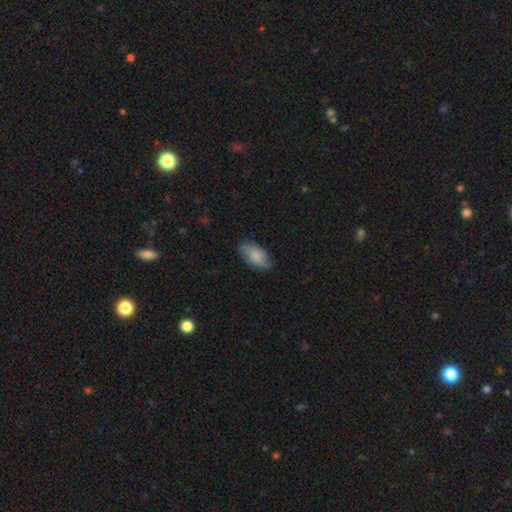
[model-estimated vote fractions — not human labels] This appears to be a smooth galaxy with no disk features (76%) that is in between round and cigar-shaped (93%). Merging: none (74%).